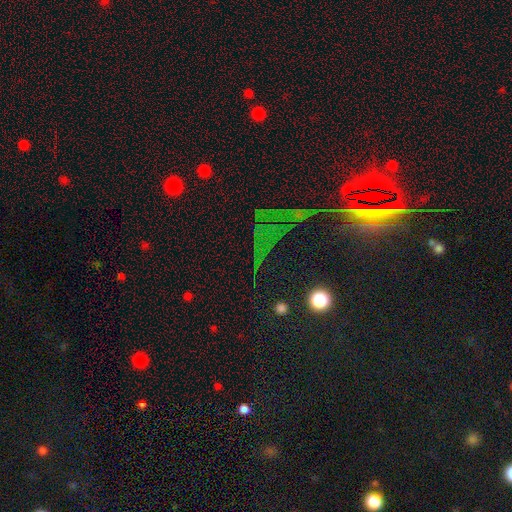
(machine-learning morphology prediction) This is likely a star or artifact rather than a galaxy (77%).